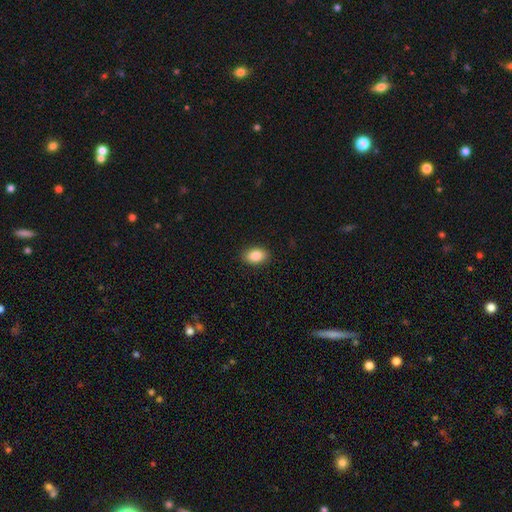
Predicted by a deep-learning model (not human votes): This is clearly a smooth galaxy (87%). How rounded: clearly in between (85%). Merging: clearly none (89%).